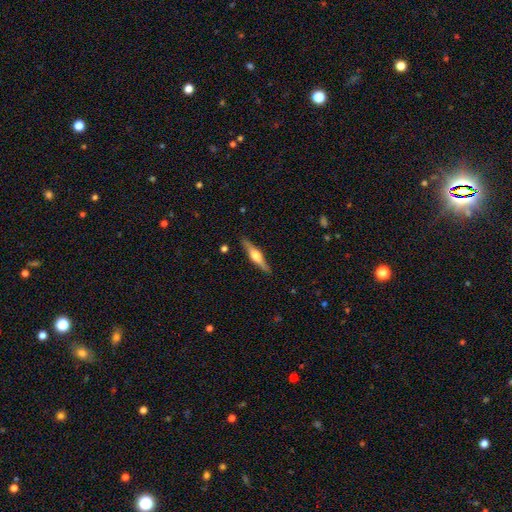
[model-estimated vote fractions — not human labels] A featured or disk galaxy (72%) viewed edge-on (98%) with a rounded central bulge (92%).

Vote fractions:
- Smooth or featured? featured or disk: 72% / smooth: 23% / star or artifact: 5%
- Edge-on disk? yes: 98% / no: 2%
- Edge-on bulge? rounded: 92% / boxy: 6% / none: 2%
- Merging? none: 90% / minor disturbance: 7% / major disturbance: 2% / merger: 1%